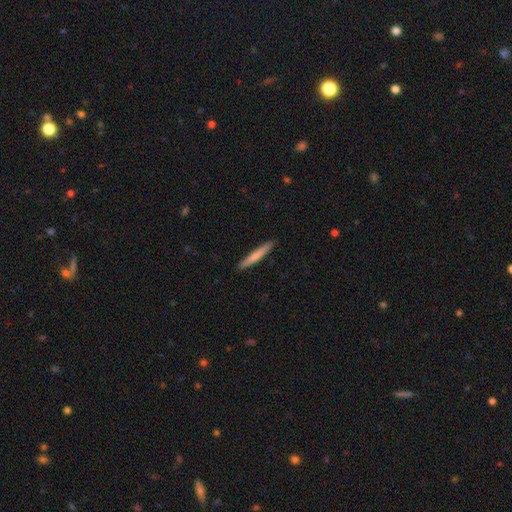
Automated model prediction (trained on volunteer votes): smooth-or-featured: smooth: 70% | featured or disk: 25% | star or artifact: 5%
  how-rounded: cigar-shaped: 96% | in between: 3% | round: 1%
  merging: none: 91% | minor disturbance: 6% | major disturbance: 1% | merger: 1%